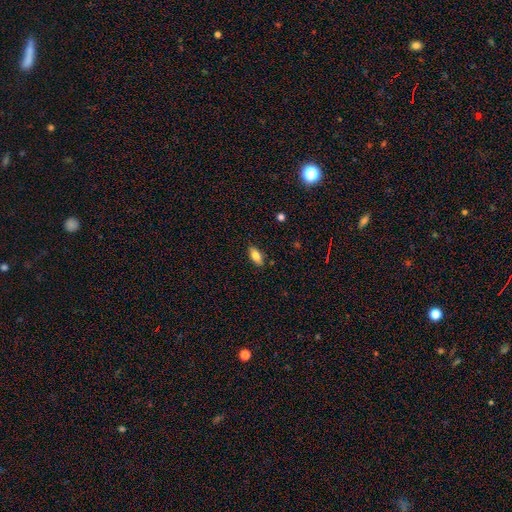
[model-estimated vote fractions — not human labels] Overall: smooth (78%). How rounded: in between (85%). Merging: none (86%).